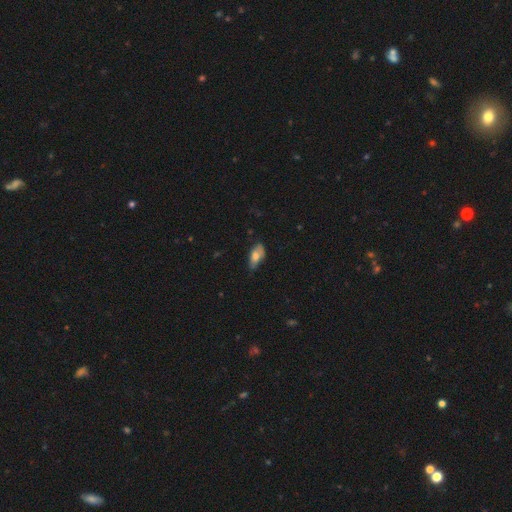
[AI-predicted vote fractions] smooth-or-featured: smooth: 68% | featured or disk: 25% | star or artifact: 8%
  how-rounded: in between: 86% | cigar-shaped: 10% | round: 3%
  merging: none: 55% | minor disturbance: 34% | major disturbance: 9% | merger: 2%